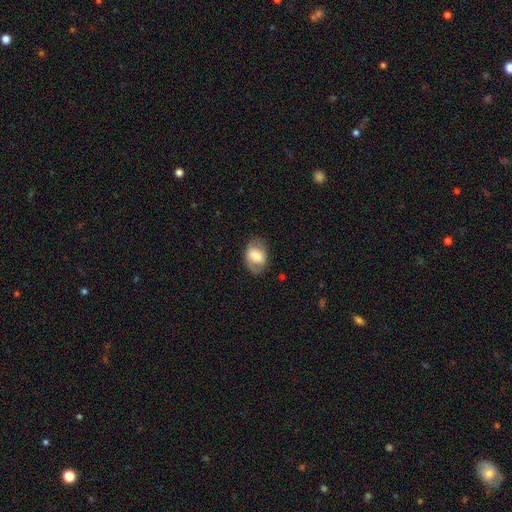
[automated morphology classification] A smooth galaxy with no disk features (63%) that is in between round and cigar-shaped (81%). Merging: none (72%).